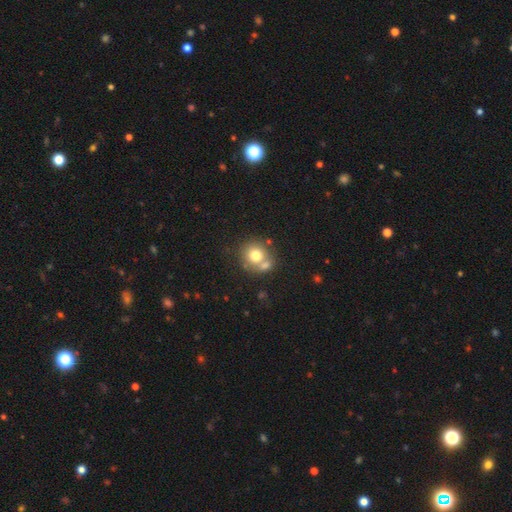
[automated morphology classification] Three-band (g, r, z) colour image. It shows a smooth galaxy with no disk features (74%) that is round (86%). Merging: none (52%).